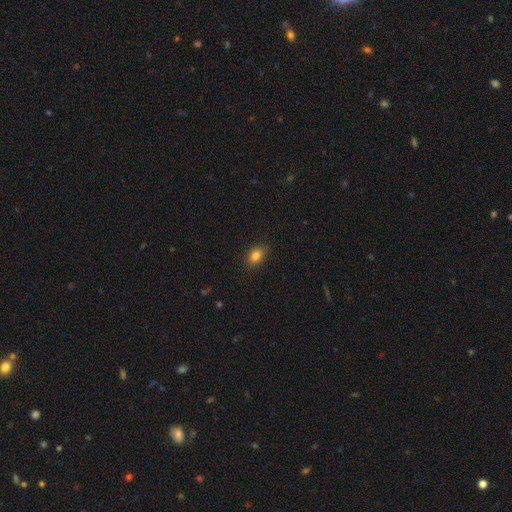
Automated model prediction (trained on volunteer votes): Overall: smooth (83%). How rounded: in between (72%). Merging: none (86%).